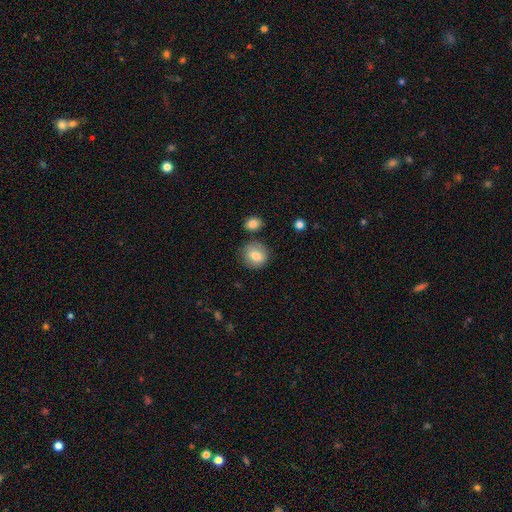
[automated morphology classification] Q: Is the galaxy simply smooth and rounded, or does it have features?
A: smooth — 78%.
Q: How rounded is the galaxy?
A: round — 76%.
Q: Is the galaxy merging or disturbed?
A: none — 77%.